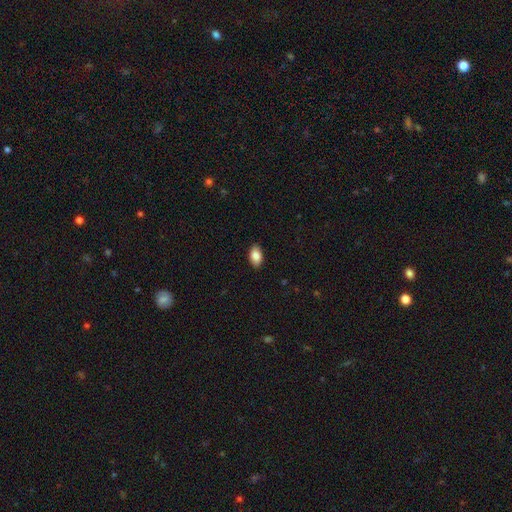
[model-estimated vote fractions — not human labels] The model was most divided on "smooth or featured": smooth: 86%, star or artifact: 7%, featured or disk: 7%. More confident: how rounded — in between (92%); merging — none (89%).